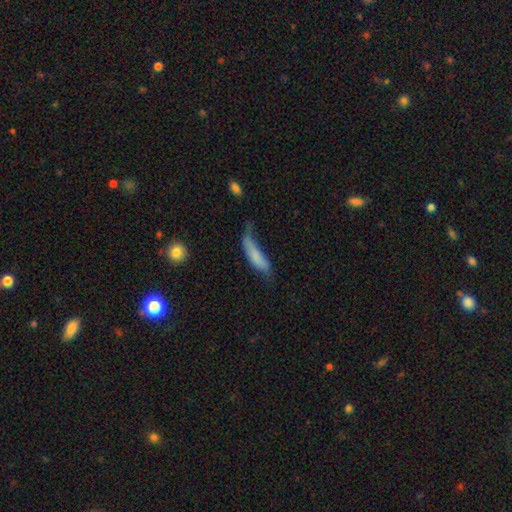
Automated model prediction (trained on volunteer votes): The model was most divided on "merging": major disturbance: 34%, minor disturbance: 33%, none: 27%, merger: 6%. More confident: smooth or featured — smooth (71%); how rounded — cigar-shaped (60%).